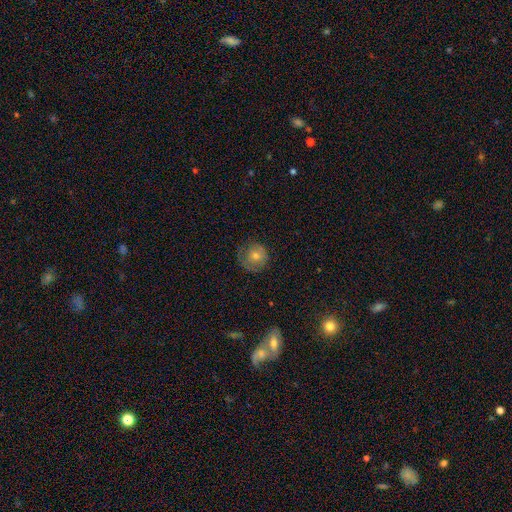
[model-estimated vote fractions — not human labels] Smooth or featured? Predicted: smooth (p=0.53). How rounded? Predicted: round (p=0.90). Merging? Predicted: none (p=0.71).